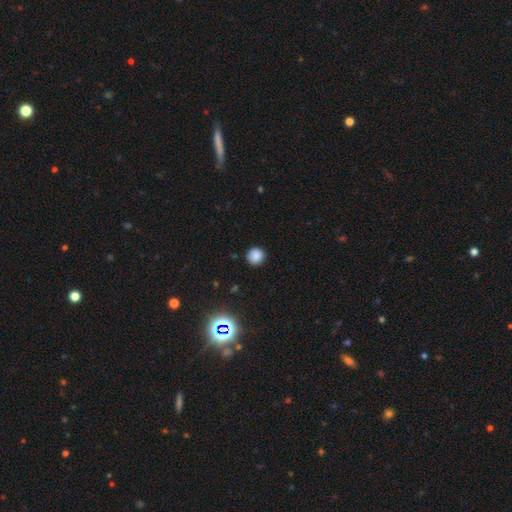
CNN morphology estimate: Q: Smooth or featured?
A: smooth (84%); runner-up: star or artifact (12%)
Q: How rounded?
A: round (94%); runner-up: in between (5%)
Q: Merging?
A: none (90%); runner-up: minor disturbance (7%)